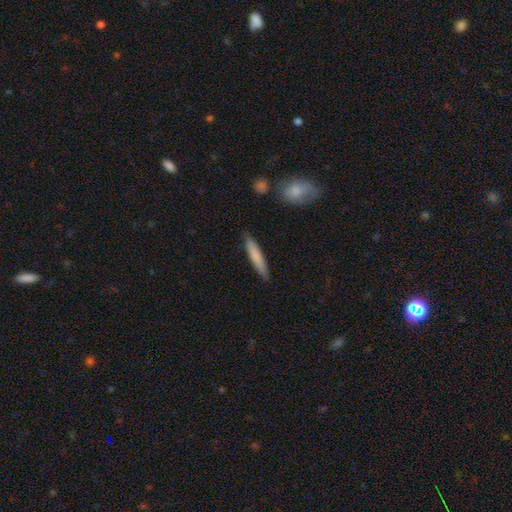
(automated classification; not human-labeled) Overall: smooth (77%). How rounded: cigar-shaped (91%). Merging: none (87%).